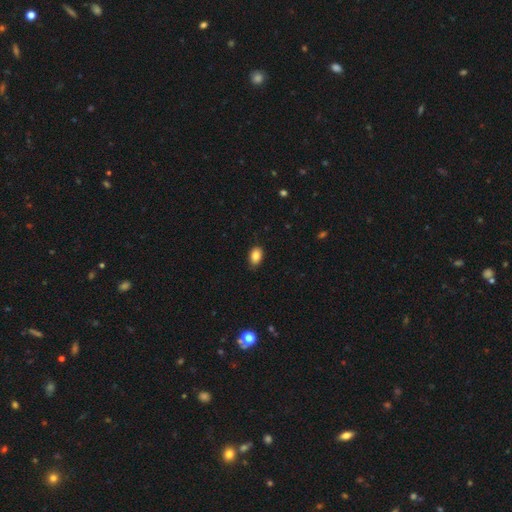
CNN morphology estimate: A smooth galaxy with no disk features (86%) that is in between round and cigar-shaped (87%). Merging: none (84%).